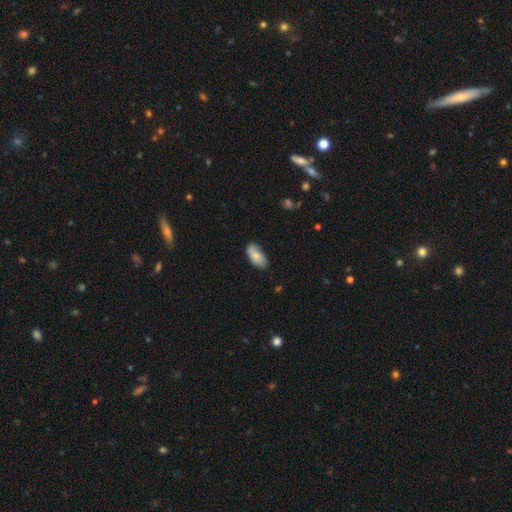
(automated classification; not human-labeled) Overall: smooth (80%). How rounded: in between (91%). Merging: none (76%).